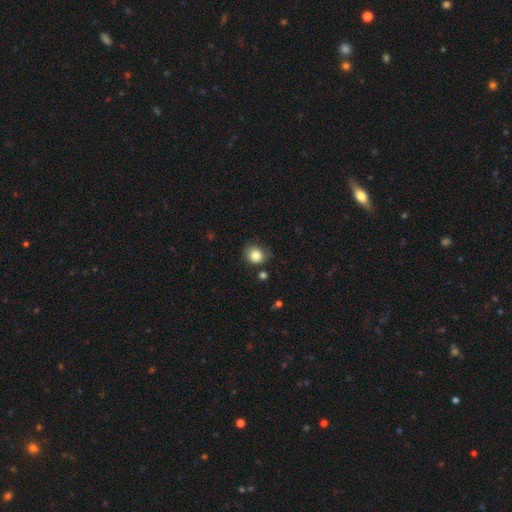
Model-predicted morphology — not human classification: Overall: smooth (83%). How rounded: round (72%). Merging: none (71%).